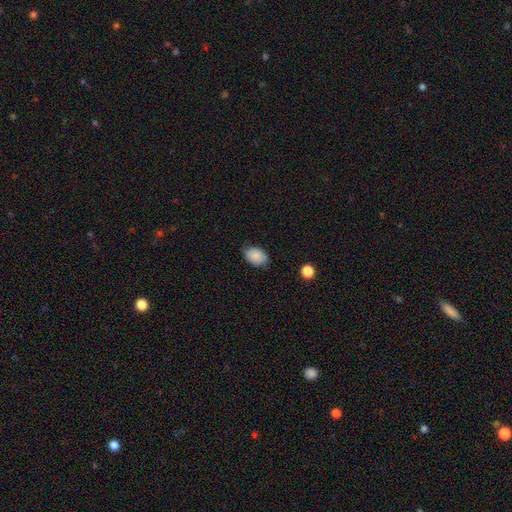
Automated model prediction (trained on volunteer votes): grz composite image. It shows a smooth galaxy with no disk features (81%) that is in between round and cigar-shaped (84%). Merging: none (70%).